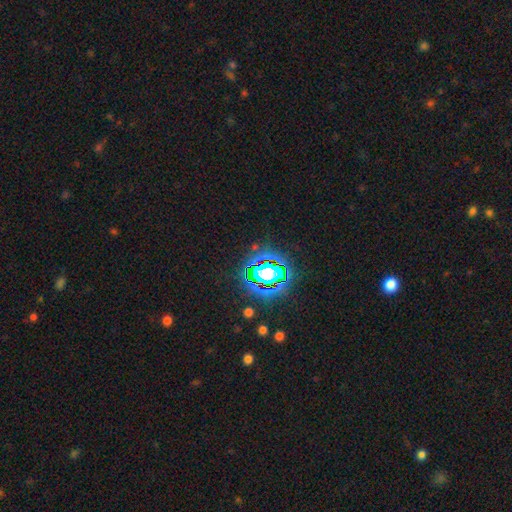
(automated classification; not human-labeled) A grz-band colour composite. It shows a star or artifact, not a galaxy (82%).